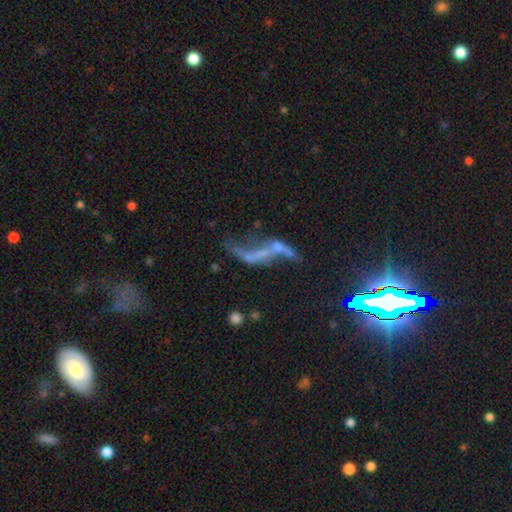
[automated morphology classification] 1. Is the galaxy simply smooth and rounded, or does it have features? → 66% featured or disk, 18% smooth, 15% star or artifact.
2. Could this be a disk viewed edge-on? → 90% no, 10% yes.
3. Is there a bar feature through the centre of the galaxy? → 59% no, 22% weak, 19% strong.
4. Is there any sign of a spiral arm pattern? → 57% no, 43% yes.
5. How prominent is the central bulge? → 67% none, 20% small, 9% moderate, 2% large, 1% dominant.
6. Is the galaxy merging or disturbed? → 35% major disturbance, 29% merger, 23% none, 13% minor disturbance.